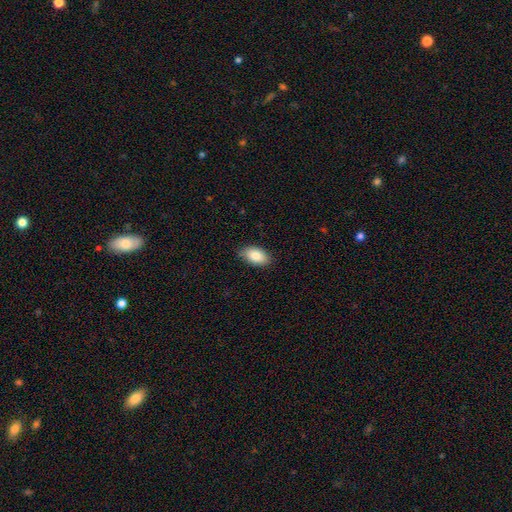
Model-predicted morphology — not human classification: Smooth or featured?
  - smooth: 84% *
  - featured or disk: 9%
  - star or artifact: 7%
How rounded?
  - in between: 93% *
  - round: 5%
  - cigar-shaped: 2%
Merging?
  - none: 84% *
  - minor disturbance: 13%
  - major disturbance: 2%
  - merger: 1%